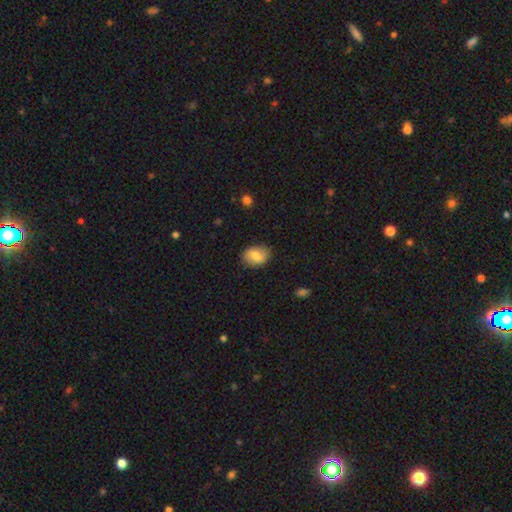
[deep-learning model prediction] This appears to be a smooth galaxy with no disk features (76%) that is in between round and cigar-shaped (70%). Merging: none (85%).